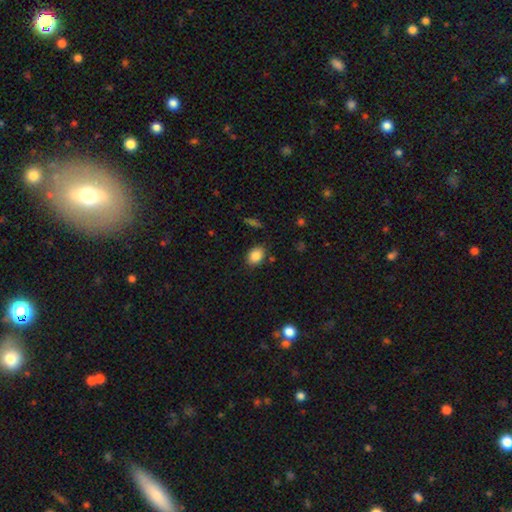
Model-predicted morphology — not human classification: This is clearly a smooth galaxy (85%). How rounded: likely in between (70%). Merging: clearly none (82%).